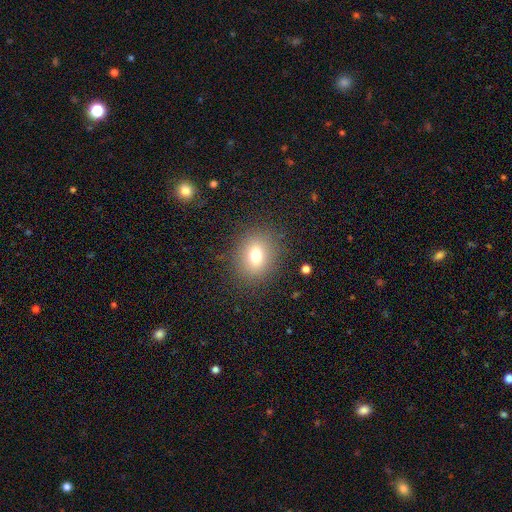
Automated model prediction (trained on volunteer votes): The model was most divided on "how rounded": round: 58%, in between: 41%, cigar-shaped: 1%. More confident: merging — none (85%); smooth or featured — smooth (73%).